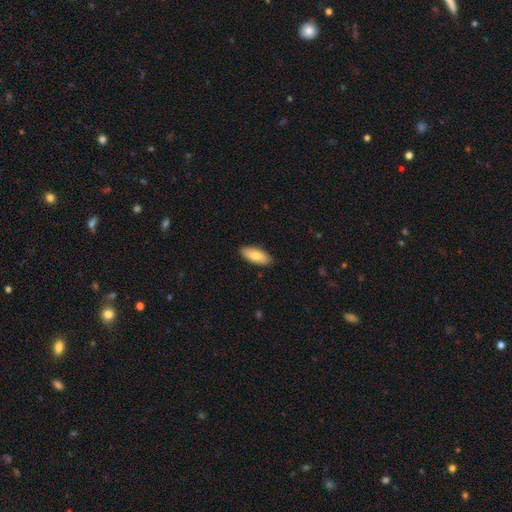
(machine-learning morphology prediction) Smooth or featured: smooth — 80% (featured or disk — 15%)
How rounded: in between — 83% (cigar-shaped — 16%)
Merging: none — 88% (minor disturbance — 9%)